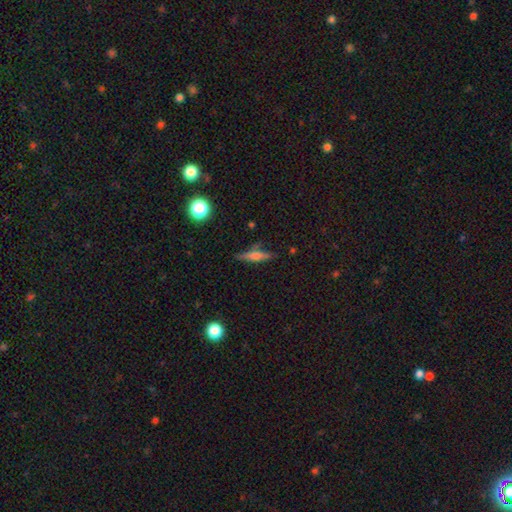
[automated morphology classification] smooth_or_featured: smooth (p=0.52) [alt: featured or disk p=0.38]
how_rounded: cigar-shaped (p=0.79) [alt: in between p=0.17]
merging: none (p=0.74) [alt: minor disturbance p=0.17]